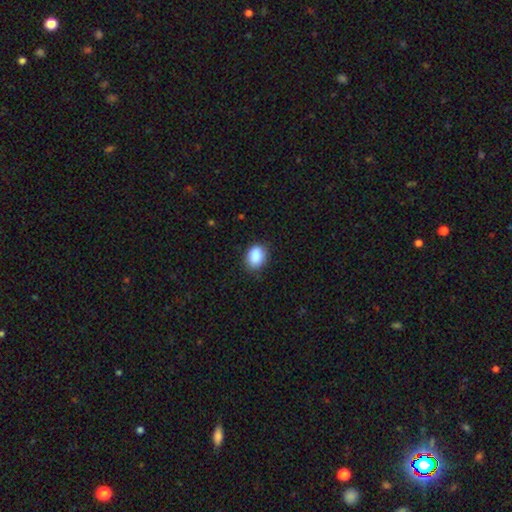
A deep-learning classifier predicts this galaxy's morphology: smooth_or_featured: smooth (p=0.89) [alt: star or artifact p=0.08]
how_rounded: in between (p=0.59) [alt: round p=0.40]
merging: none (p=0.83) [alt: minor disturbance p=0.13]